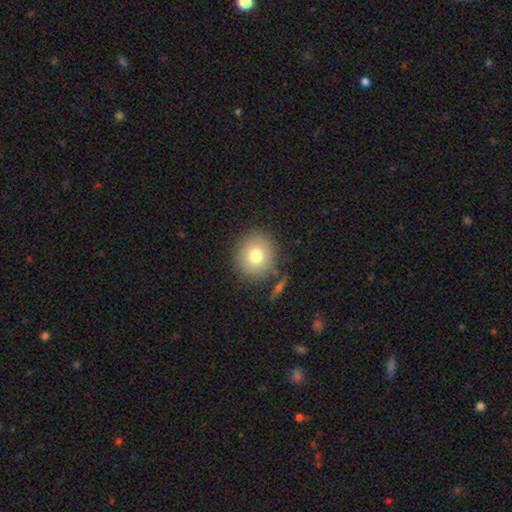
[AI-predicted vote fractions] Q: Smooth or featured?
A: smooth (77%); runner-up: featured or disk (13%)
Q: How rounded?
A: round (86%); runner-up: in between (13%)
Q: Merging?
A: none (84%); runner-up: minor disturbance (9%)